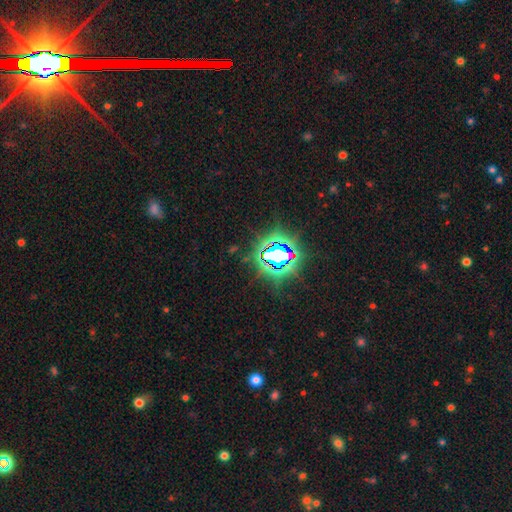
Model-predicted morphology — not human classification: Smooth or featured? Predicted: star or artifact (p=0.81).